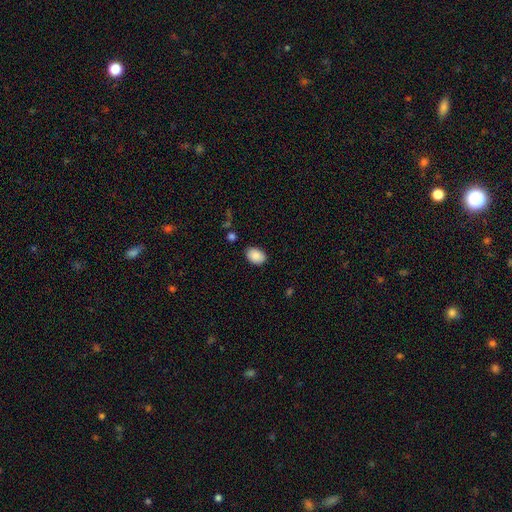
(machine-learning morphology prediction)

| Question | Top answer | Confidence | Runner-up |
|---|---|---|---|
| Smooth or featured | smooth | 88% | star or artifact (7%) |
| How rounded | in between | 83% | round (16%) |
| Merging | none | 85% | minor disturbance (11%) |